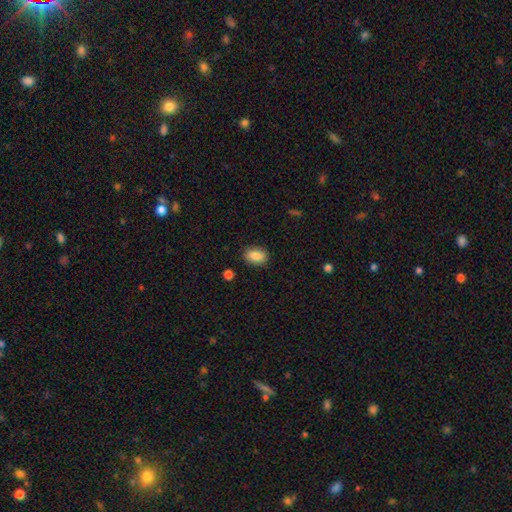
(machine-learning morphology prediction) Overall: smooth (85%). How rounded: in between (83%). Merging: none (85%).